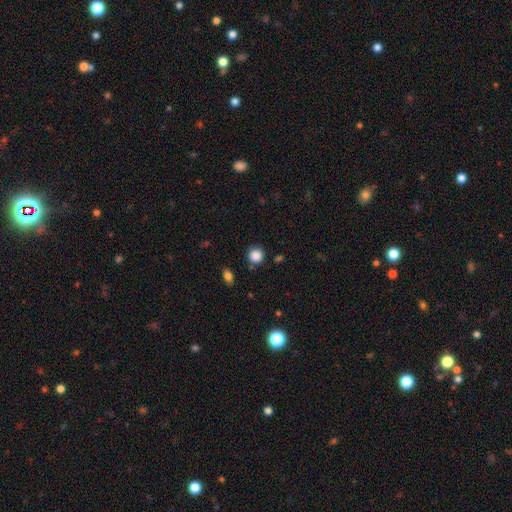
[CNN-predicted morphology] Smooth or featured? Predicted: smooth (p=0.86). How rounded? Predicted: round (p=0.90). Merging? Predicted: none (p=0.82).